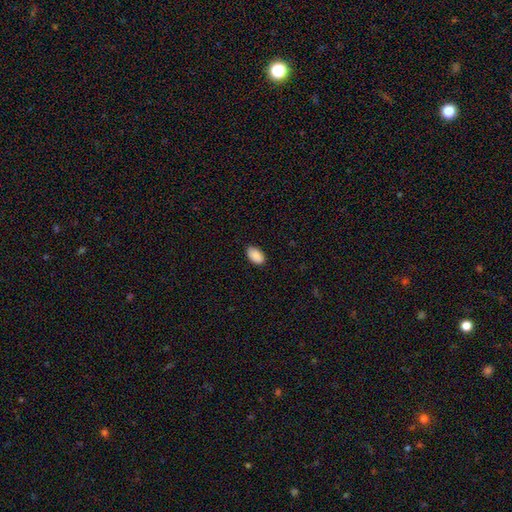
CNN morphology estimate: Q: Smooth or featured?
A: smooth (90%); runner-up: star or artifact (7%)
Q: How rounded?
A: in between (94%); runner-up: round (4%)
Q: Merging?
A: none (86%); runner-up: minor disturbance (11%)